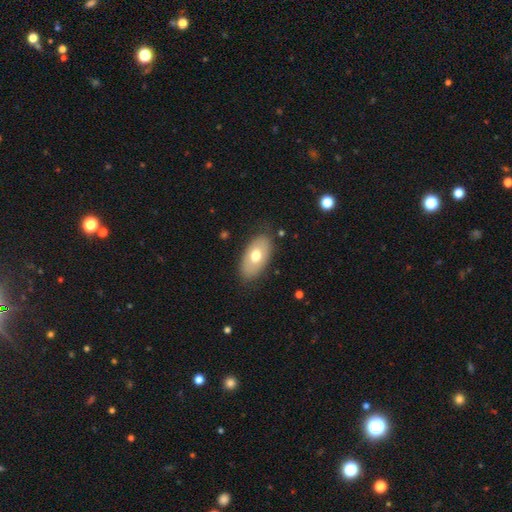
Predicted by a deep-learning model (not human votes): This appears to be a smooth galaxy with no disk features (67%) that is in between round and cigar-shaped (94%). Merging: none (82%).